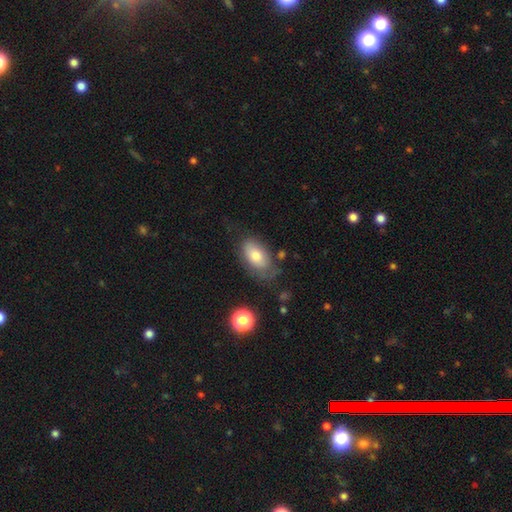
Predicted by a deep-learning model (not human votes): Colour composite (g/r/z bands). It shows a smooth galaxy with no disk features (72%) that is in between round and cigar-shaped (91%). Merging: none (55%).